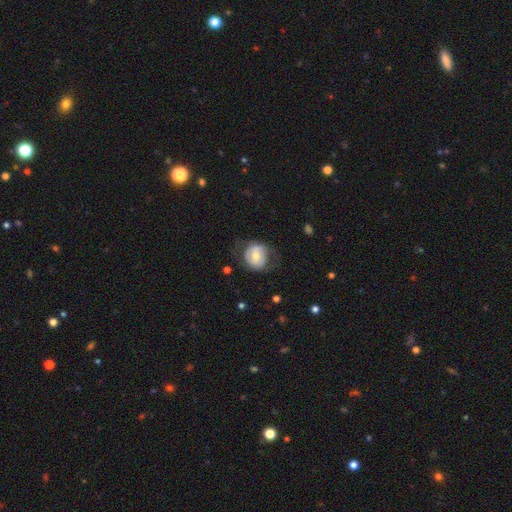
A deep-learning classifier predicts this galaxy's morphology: This is possibly a smooth galaxy (47%). Merging: possibly none (56%).